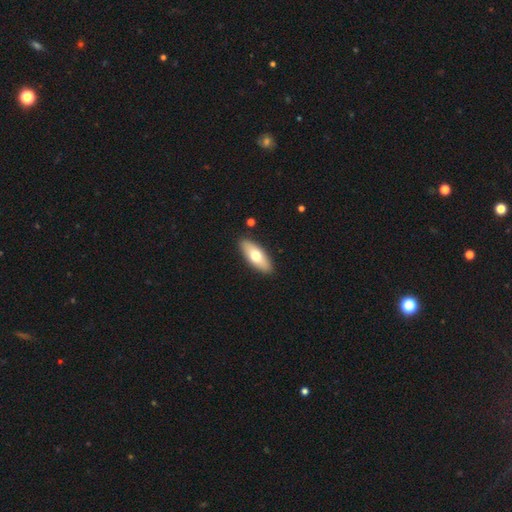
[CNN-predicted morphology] Overall: smooth (66%; featured or disk 29%). How rounded: in between (74%). Merging: none (90%).